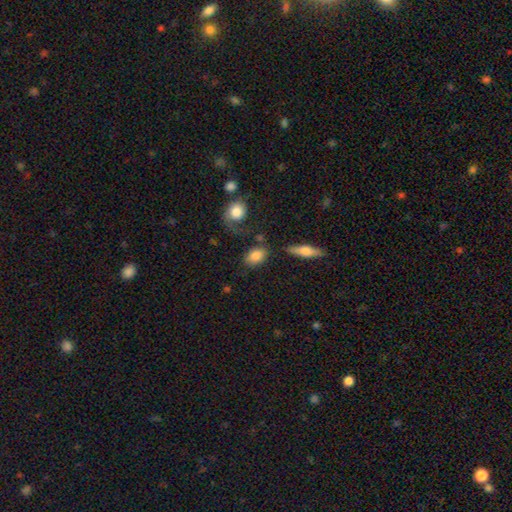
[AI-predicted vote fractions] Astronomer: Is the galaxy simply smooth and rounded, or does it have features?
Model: smooth — 81%.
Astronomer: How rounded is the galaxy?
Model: in between — 82%.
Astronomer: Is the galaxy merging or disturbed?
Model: none — 66%.